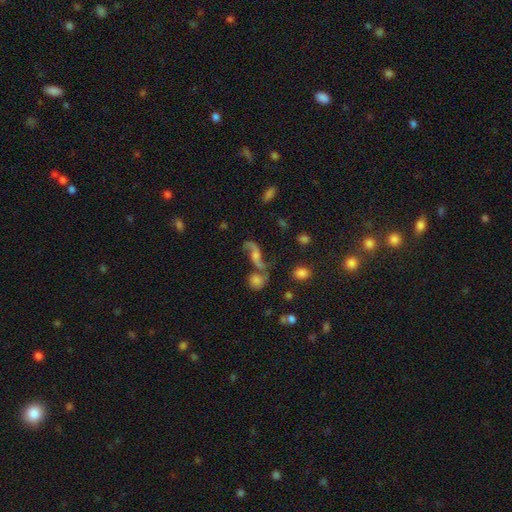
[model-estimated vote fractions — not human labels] smooth-or-featured: featured or disk: 69% | smooth: 17% | star or artifact: 14%
  disk-edge-on: no: 90% | yes: 10%
    bar: no: 56% | weak: 33% | strong: 12%
    has-spiral-arms: yes: 89% | no: 11%
      spiral-winding: loose: 76% | medium: 19% | tight: 5%
      spiral-arm-count: 2: 88% | 1: 6% | can't tell: 3% | 3: 1% | 4: 1% | more than 4: 1%
    bulge-size: moderate: 41% | small: 30% | none: 14% | large: 11% | dominant: 3%
  merging: none: 45% | merger: 29% | minor disturbance: 14% | major disturbance: 13%